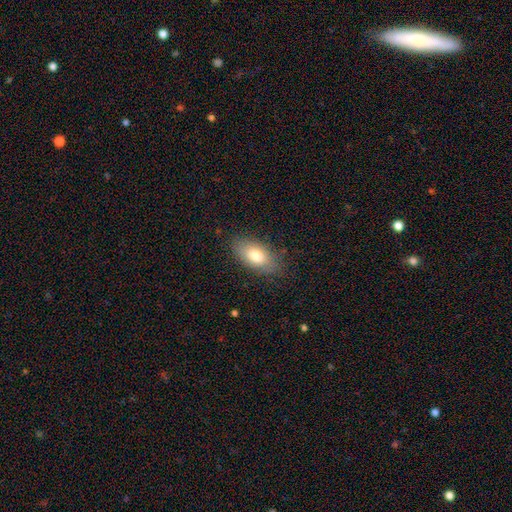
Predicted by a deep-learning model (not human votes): Smooth or featured? smooth (77%)
How rounded? in between (90%)
Merging? none (82%)